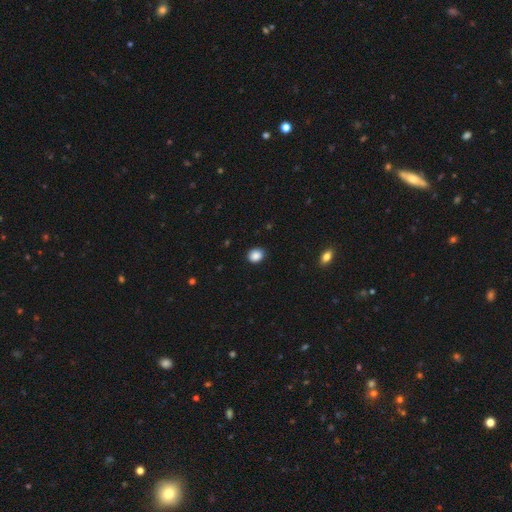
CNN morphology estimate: This is clearly a smooth galaxy (88%). How rounded: likely round (66%). Merging: clearly none (88%).